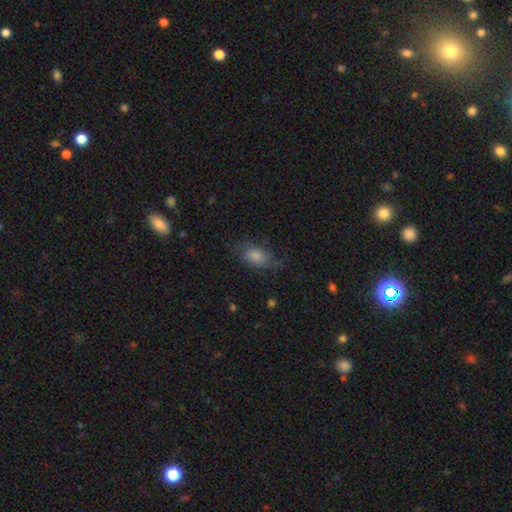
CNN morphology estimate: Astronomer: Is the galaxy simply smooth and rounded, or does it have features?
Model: smooth — 48% (runner-up: featured or disk, 38%).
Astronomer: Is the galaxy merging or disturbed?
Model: none — 60%.